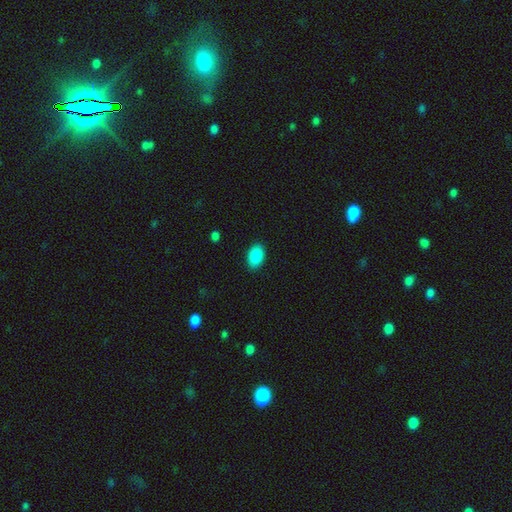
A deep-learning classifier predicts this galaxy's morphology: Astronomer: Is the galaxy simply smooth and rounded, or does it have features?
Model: smooth — 89%.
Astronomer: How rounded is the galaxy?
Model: in between — 91%.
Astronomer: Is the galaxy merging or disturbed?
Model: none — 89%.